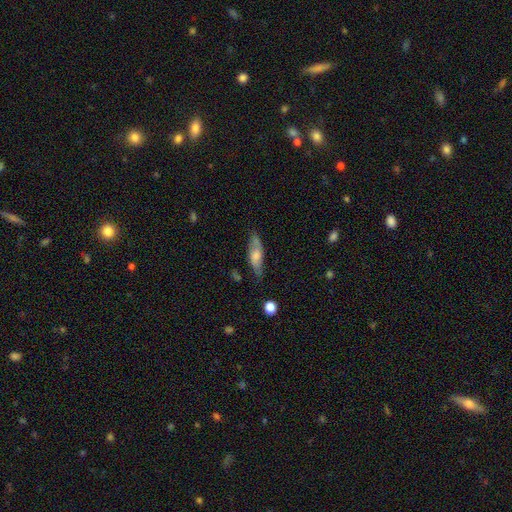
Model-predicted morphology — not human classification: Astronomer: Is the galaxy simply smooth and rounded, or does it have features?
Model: smooth — 51% (runner-up: featured or disk, 41%).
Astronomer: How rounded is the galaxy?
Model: cigar-shaped — 51% (runner-up: in between, 46%).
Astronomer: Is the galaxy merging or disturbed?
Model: none — 77%.